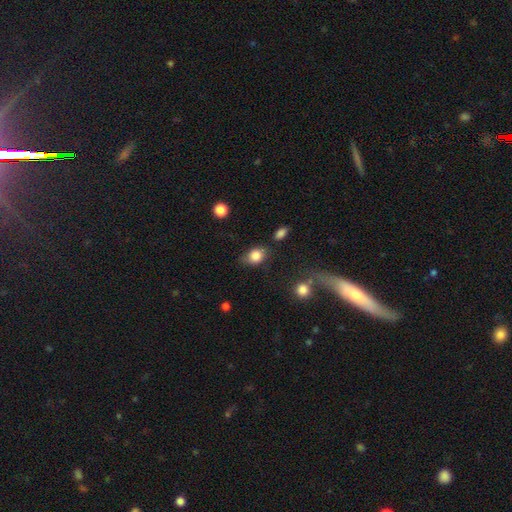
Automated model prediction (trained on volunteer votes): Q: Smooth or featured?
A: smooth (81%); runner-up: featured or disk (10%)
Q: How rounded?
A: in between (67%); runner-up: round (32%)
Q: Merging?
A: none (67%); runner-up: minor disturbance (23%)